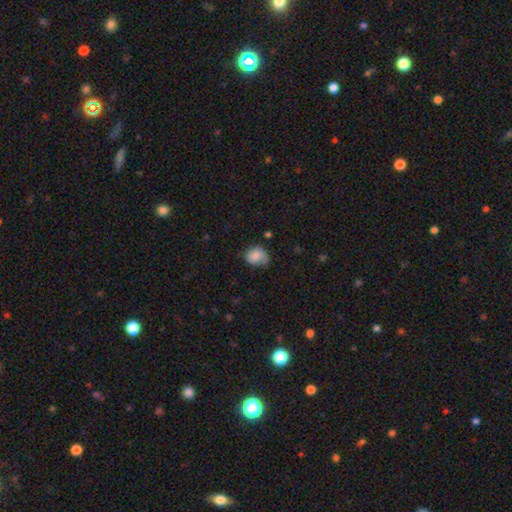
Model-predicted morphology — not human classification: This is clearly a smooth galaxy (81%). How rounded: possibly round (57%). Merging: possibly none (52%).